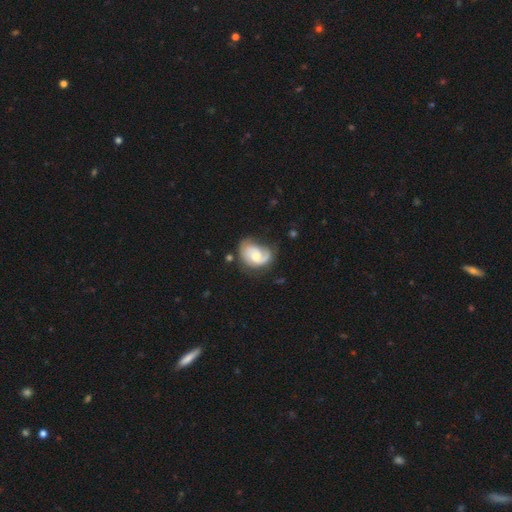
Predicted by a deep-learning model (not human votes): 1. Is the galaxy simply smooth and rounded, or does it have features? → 66% featured or disk, 27% smooth, 6% star or artifact.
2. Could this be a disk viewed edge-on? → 97% no, 3% yes.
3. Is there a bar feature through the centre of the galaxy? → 66% no, 29% weak, 5% strong.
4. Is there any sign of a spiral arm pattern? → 88% yes, 12% no.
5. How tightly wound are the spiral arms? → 39% medium, 31% tight, 30% loose.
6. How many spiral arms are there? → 45% 2, 40% 1, 11% can't tell, 2% 3, 1% 4, 1% more than 4.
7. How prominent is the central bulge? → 56% moderate, 34% small, 6% large, 3% none, 1% dominant.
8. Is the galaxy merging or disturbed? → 48% none, 30% minor disturbance, 19% major disturbance, 3% merger.